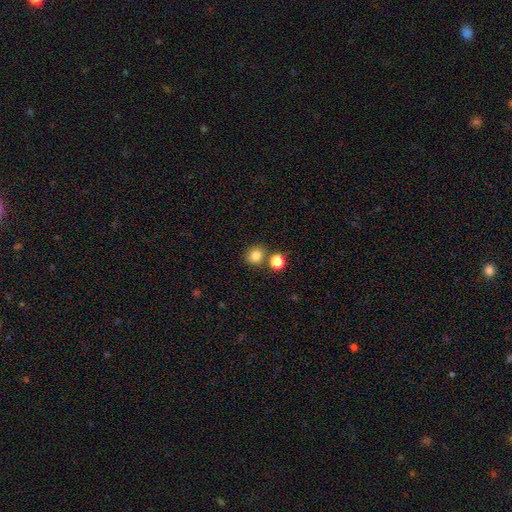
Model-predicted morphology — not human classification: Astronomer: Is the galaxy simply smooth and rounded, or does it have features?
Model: smooth — 81%.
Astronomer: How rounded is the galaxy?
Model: round — 81%.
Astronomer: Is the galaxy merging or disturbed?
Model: none — 76%.